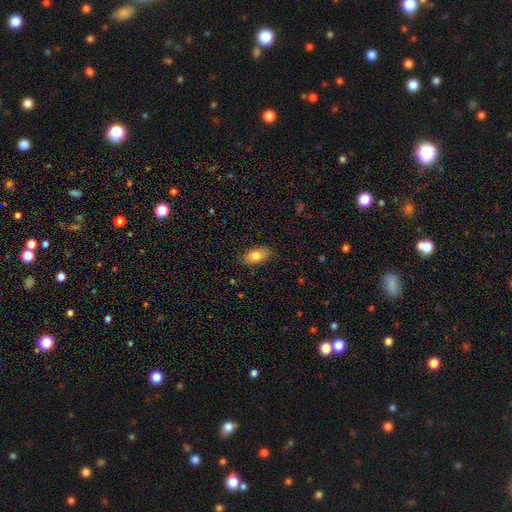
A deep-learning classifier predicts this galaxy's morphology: A smooth galaxy with no disk features (82%) that is in between round and cigar-shaped (91%). Merging: none (84%).